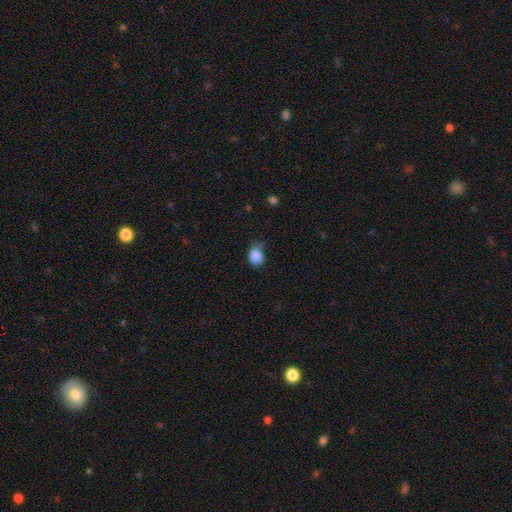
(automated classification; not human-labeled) Smooth or featured: smooth — 86% (star or artifact — 8%)
How rounded: in between — 53% (round — 46%)
Merging: none — 44% (minor disturbance — 41%)